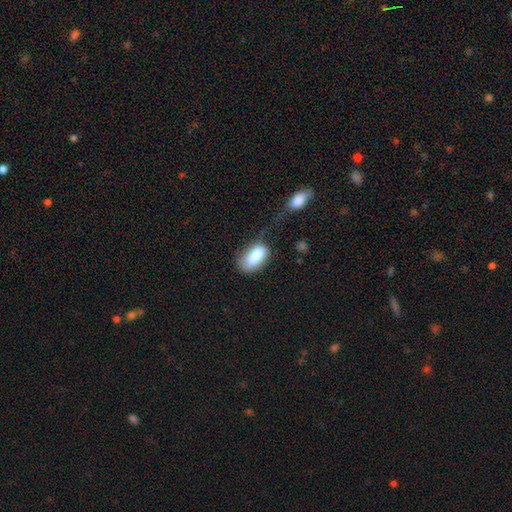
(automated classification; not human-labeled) Smooth or featured? Predicted: smooth (p=0.81). How rounded? Predicted: in between (p=0.92). Merging? Predicted: none (p=0.38).